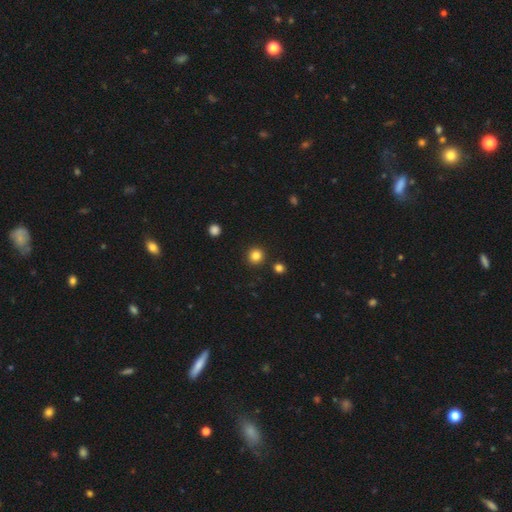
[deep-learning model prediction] This is clearly a smooth galaxy (84%). How rounded: clearly round (93%). Merging: clearly none (90%).